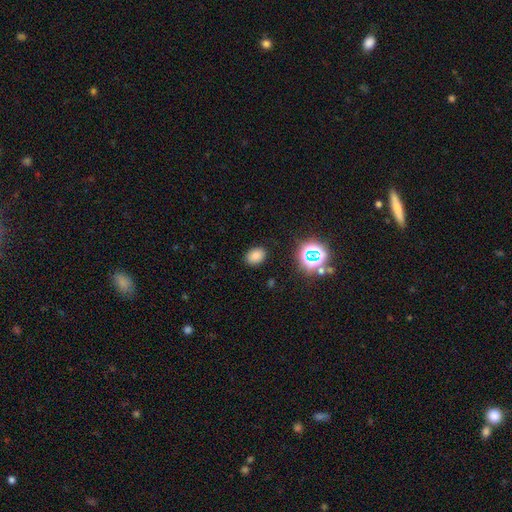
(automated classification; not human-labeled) Smooth or featured?
  - smooth: 76% *
  - star or artifact: 18%
  - featured or disk: 6%
How rounded?
  - in between: 72% *
  - round: 27%
  - cigar-shaped: 1%
Merging?
  - none: 87% *
  - minor disturbance: 9%
  - major disturbance: 3%
  - merger: 1%